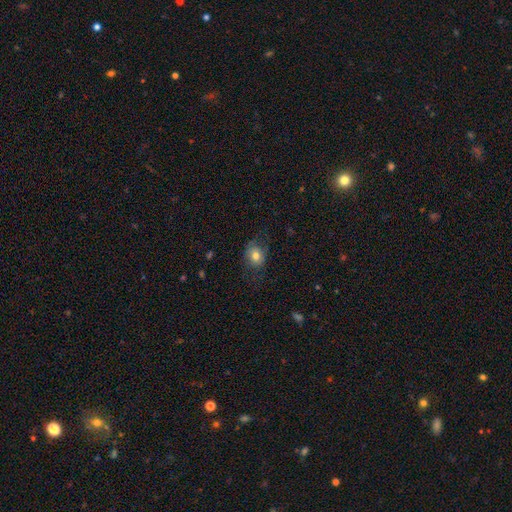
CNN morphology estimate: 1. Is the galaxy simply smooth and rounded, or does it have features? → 73% smooth, 17% featured or disk, 10% star or artifact.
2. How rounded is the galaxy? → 59% round, 40% in between, 1% cigar-shaped.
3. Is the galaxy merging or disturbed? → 64% none, 22% minor disturbance, 13% major disturbance, 1% merger.